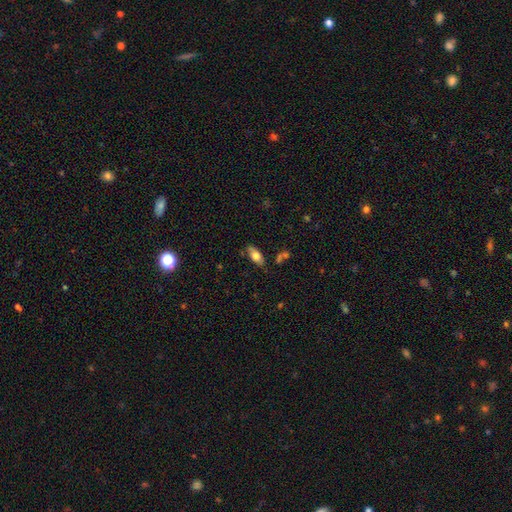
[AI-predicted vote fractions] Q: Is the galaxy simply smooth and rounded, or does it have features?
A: smooth — 73%.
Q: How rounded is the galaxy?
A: in between — 86%.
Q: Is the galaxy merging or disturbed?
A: none — 78%.